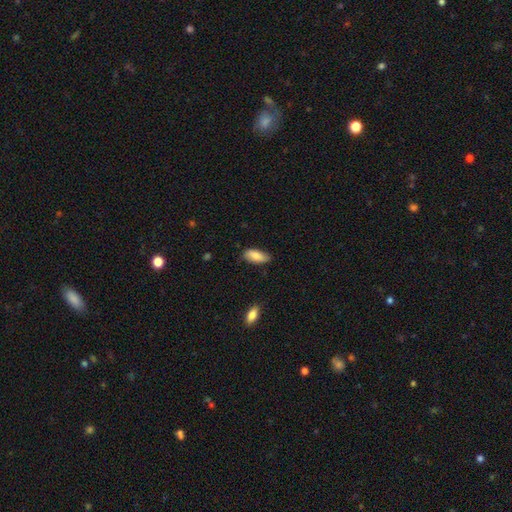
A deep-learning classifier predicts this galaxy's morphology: smooth 82%, featured or disk 11%, star or artifact 6%. Down the decision tree: how rounded — in between (84%); merging — none (76%).